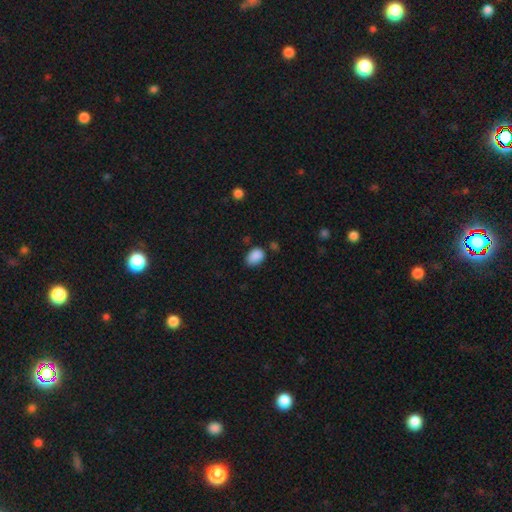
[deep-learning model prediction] The model was most divided on "merging": none: 67%, minor disturbance: 25%, major disturbance: 5%, merger: 3%. More confident: smooth or featured — smooth (88%); how rounded — in between (79%).